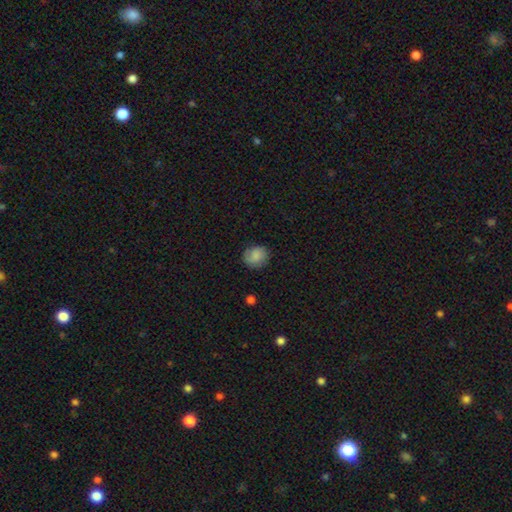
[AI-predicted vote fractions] The model was most divided on "how rounded": round: 76%, in between: 23%, cigar-shaped: 1%. More confident: smooth or featured — smooth (83%); merging — none (80%).